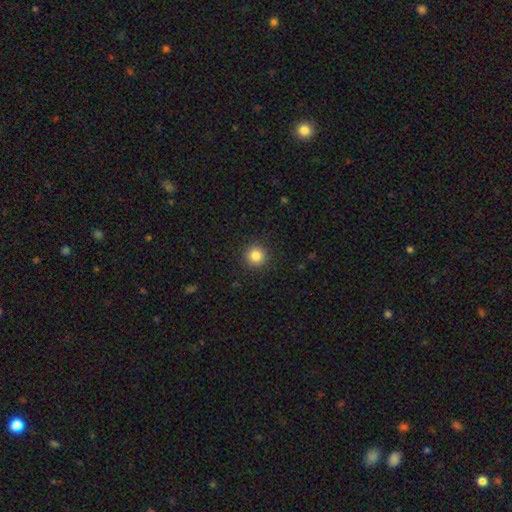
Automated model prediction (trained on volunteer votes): A smooth galaxy with no disk features (84%) that is round (95%). Merging: none (92%).